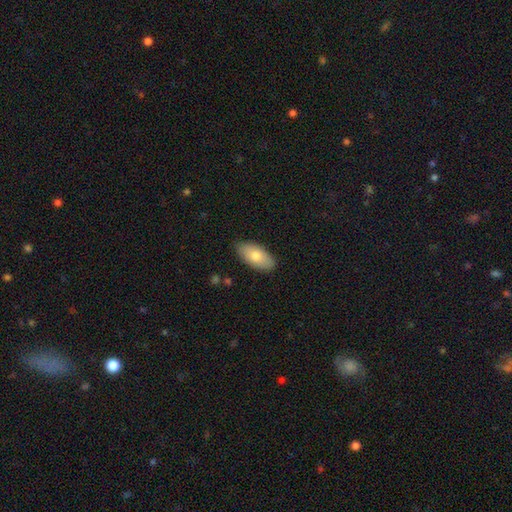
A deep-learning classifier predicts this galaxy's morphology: Q: Smooth or featured?
A: smooth (74%); runner-up: featured or disk (20%)
Q: How rounded?
A: in between (93%); runner-up: cigar-shaped (4%)
Q: Merging?
A: none (85%); runner-up: minor disturbance (12%)